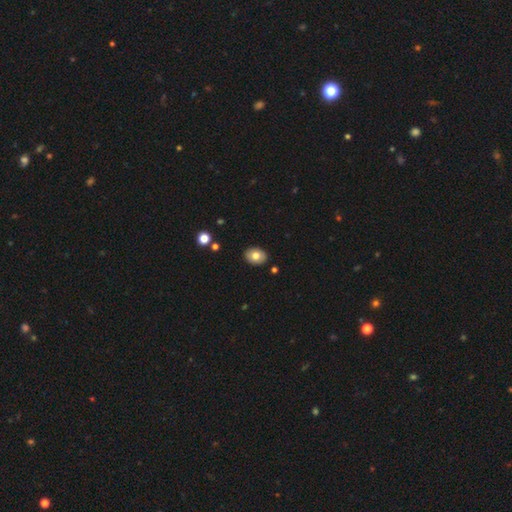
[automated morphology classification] A smooth galaxy with no disk features (78%) that is in between round and cigar-shaped (73%). Merging: none (89%).